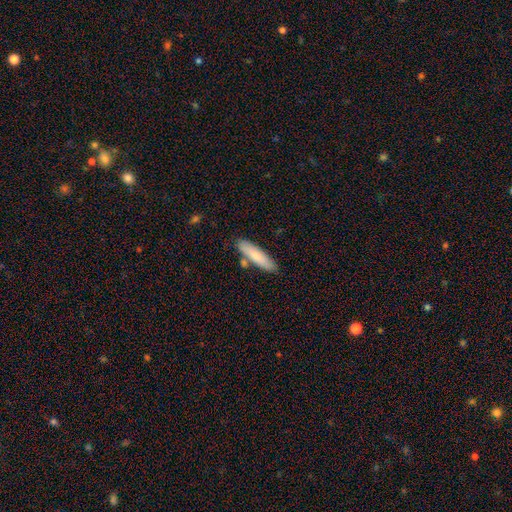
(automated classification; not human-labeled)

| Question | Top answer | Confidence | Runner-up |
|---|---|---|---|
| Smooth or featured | smooth | 77% | featured or disk (17%) |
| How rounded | cigar-shaped | 74% | in between (24%) |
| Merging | none | 78% | minor disturbance (12%) |